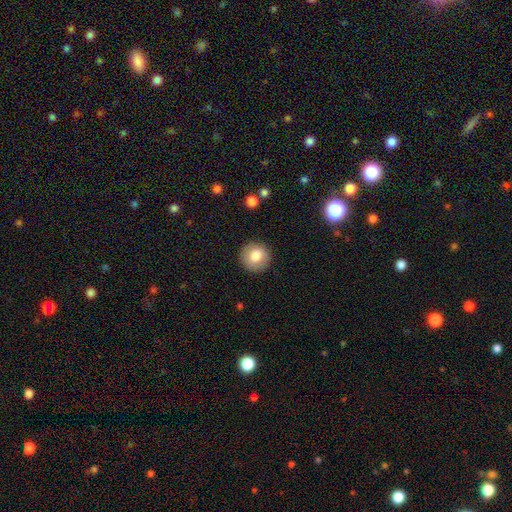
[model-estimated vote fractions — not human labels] smooth 79%, featured or disk 14%, star or artifact 8%. Down the decision tree: how rounded — round (93%); merging — none (90%).